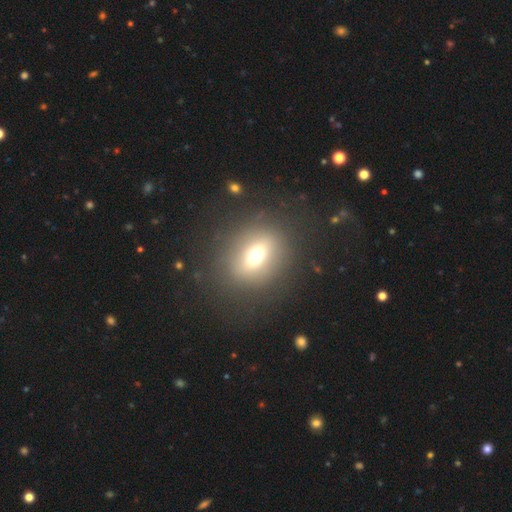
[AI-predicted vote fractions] Morphology: type=smooth (64%); roundness=round (50%); merging=none (81%).